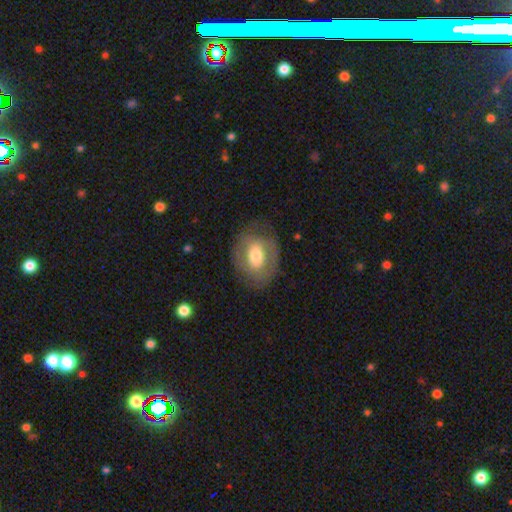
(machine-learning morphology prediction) Smooth or featured? smooth (47%)
Merging? none (74%)